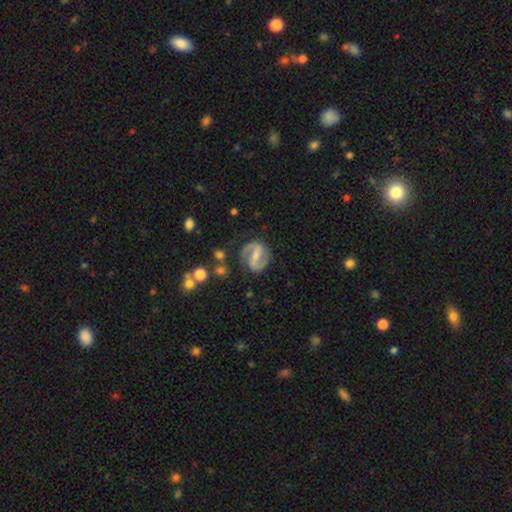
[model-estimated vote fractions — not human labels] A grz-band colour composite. It shows a featured or disk galaxy (87%) with a strong bar (61%), 2 (93%) medium (54%) spiral arms (94%) and a small central bulge (49%). Merging: none (82%).